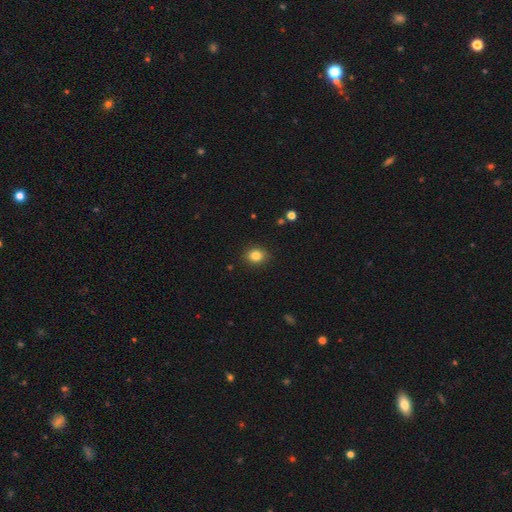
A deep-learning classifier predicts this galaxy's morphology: type=smooth (84%); roundness=round (57%); merging=none (89%).